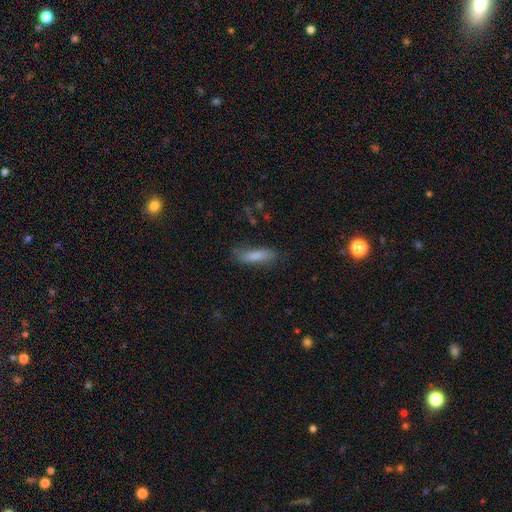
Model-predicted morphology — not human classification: This appears to be a smooth galaxy with no disk features (80%) that is cigar-shaped (58%). Merging: none (73%).